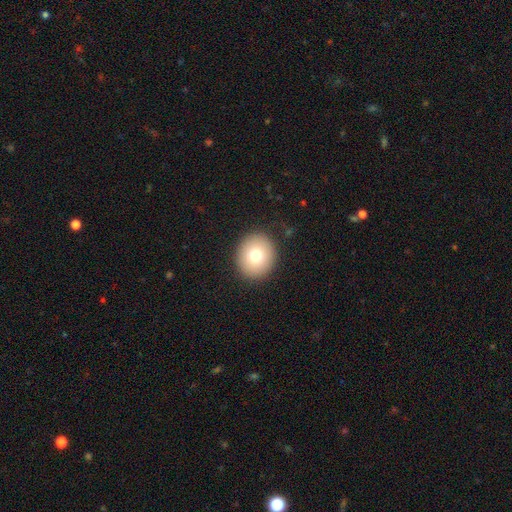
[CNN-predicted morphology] type=smooth (76%); roundness=round (77%); merging=none (90%).